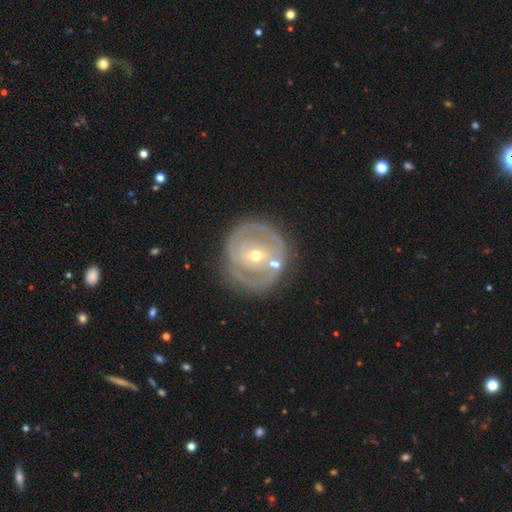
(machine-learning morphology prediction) smooth_or_featured: featured or disk (p=0.76) [alt: smooth p=0.18]
disk_edge_on: no (p=0.97) [alt: yes p=0.03]
bar: no (p=0.58) [alt: weak p=0.28]
has_spiral_arms: yes (p=0.58) [alt: no p=0.42]
bulge_size: moderate (p=0.51) [alt: small p=0.45]
merging: none (p=0.69) [alt: minor disturbance p=0.16]